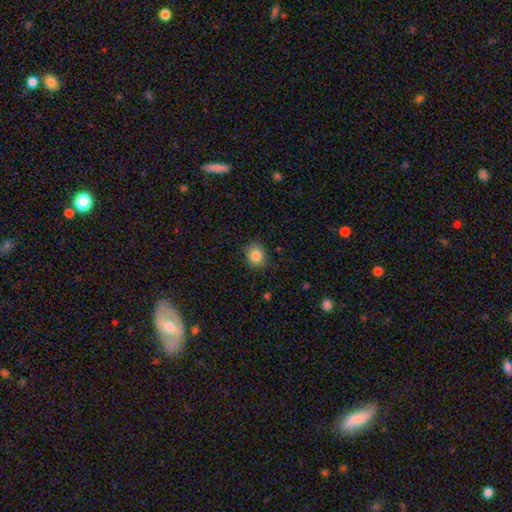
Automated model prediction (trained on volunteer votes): This is clearly a smooth galaxy (85%). How rounded: likely round (68%). Merging: clearly none (85%).